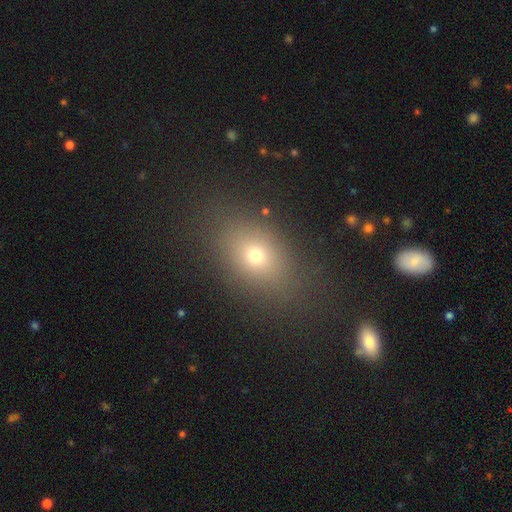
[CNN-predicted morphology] smooth_or_featured: smooth (p=0.68) [alt: star or artifact p=0.18]
how_rounded: in between (p=0.68) [alt: round p=0.29]
merging: none (p=0.80) [alt: minor disturbance p=0.12]